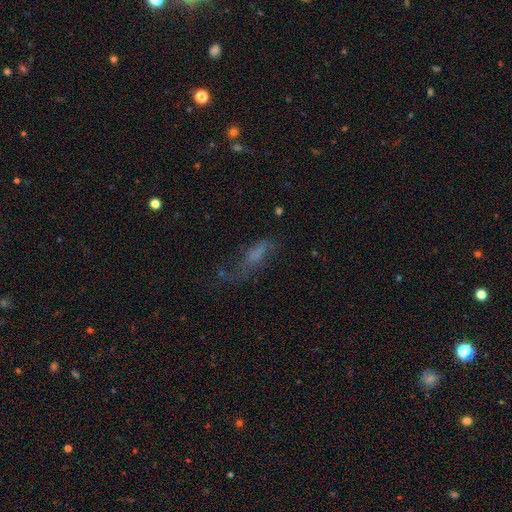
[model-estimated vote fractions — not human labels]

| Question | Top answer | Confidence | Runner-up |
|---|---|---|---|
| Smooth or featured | smooth | 52% | featured or disk (30%) |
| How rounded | in between | 56% | cigar-shaped (40%) |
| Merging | none | 39% | major disturbance (31%) |